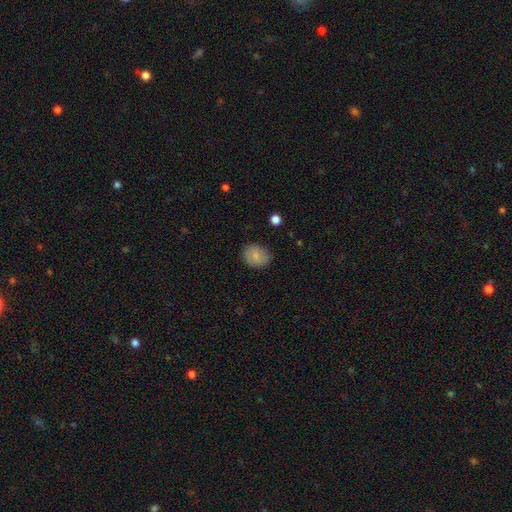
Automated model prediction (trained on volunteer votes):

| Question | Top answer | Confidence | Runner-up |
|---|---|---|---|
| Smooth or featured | smooth | 81% | featured or disk (10%) |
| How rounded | round | 57% | in between (42%) |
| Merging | none | 83% | minor disturbance (13%) |